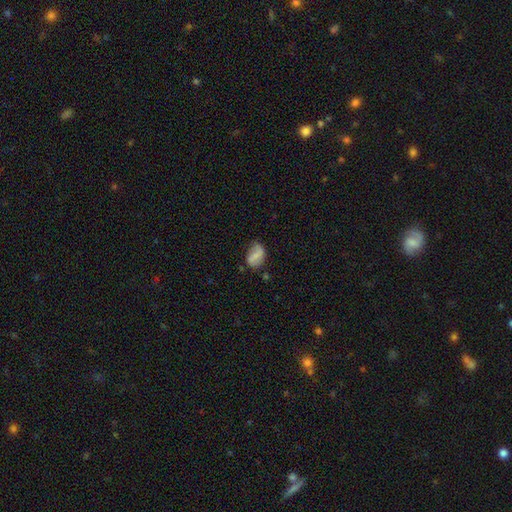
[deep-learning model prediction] Q: Smooth or featured?
A: smooth (55%); runner-up: featured or disk (37%)
Q: How rounded?
A: in between (81%); runner-up: round (17%)
Q: Merging?
A: none (57%); runner-up: minor disturbance (29%)